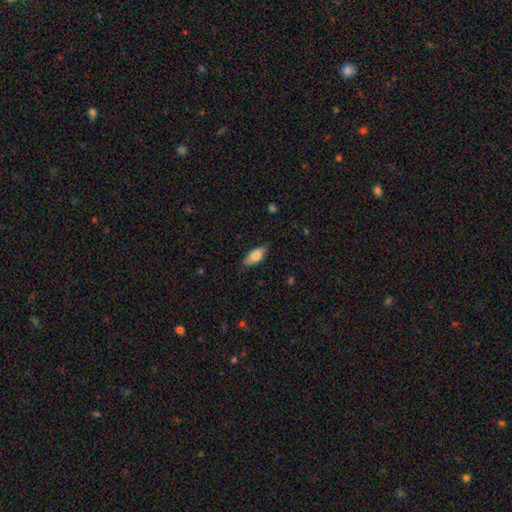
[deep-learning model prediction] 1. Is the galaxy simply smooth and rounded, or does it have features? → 81% smooth, 13% featured or disk, 6% star or artifact.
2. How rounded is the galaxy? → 85% in between, 12% cigar-shaped, 3% round.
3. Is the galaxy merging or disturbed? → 79% none, 17% minor disturbance, 3% major disturbance, 1% merger.